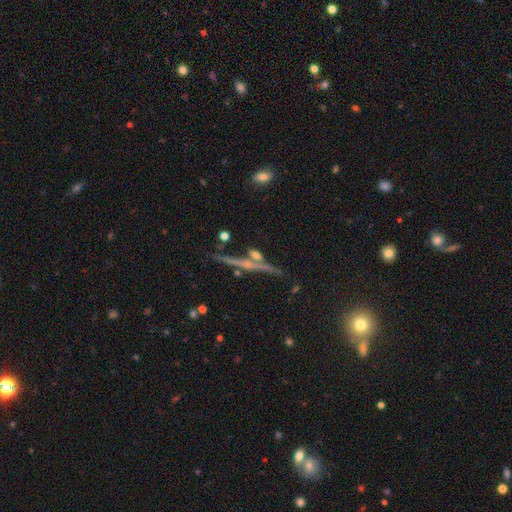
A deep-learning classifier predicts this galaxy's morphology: Smooth or featured?
  - featured or disk: 65% *
  - star or artifact: 20%
  - smooth: 15%
Edge-on disk?
  - yes: 92% *
  - no: 8%
Edge-on bulge?
  - rounded: 54% *
  - none: 34%
  - boxy: 12%
Merging?
  - none: 79% *
  - minor disturbance: 10%
  - merger: 6%
  - major disturbance: 4%